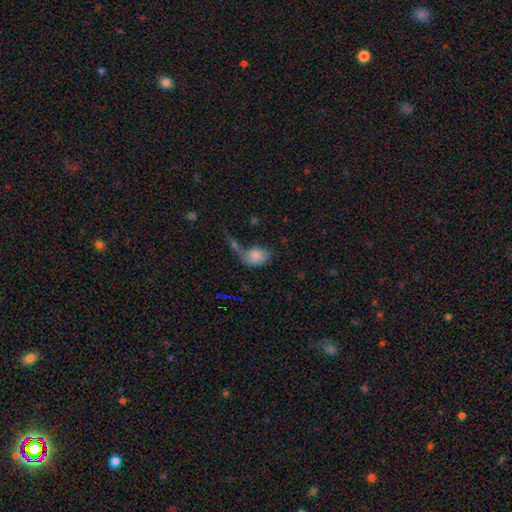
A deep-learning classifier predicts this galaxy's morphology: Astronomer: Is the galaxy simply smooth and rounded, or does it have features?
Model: smooth — 78%.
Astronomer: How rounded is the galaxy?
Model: in between — 65%.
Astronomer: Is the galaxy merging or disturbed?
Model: merger — 32% (runner-up: none, 29%).